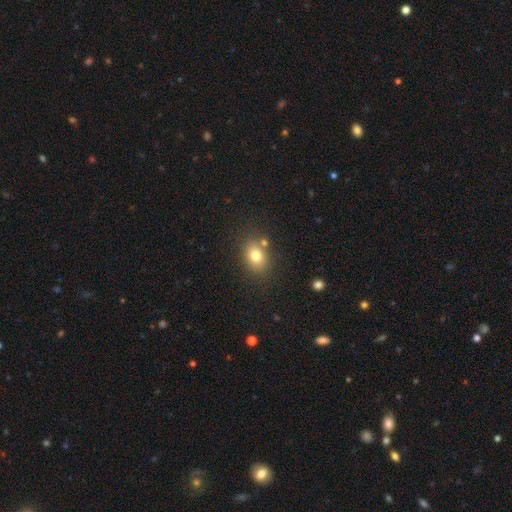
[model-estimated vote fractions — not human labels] This is likely a smooth galaxy (77%). How rounded: likely in between (62%). Merging: likely none (76%).